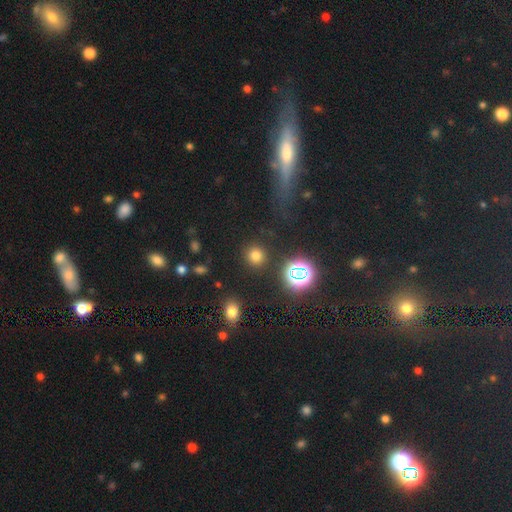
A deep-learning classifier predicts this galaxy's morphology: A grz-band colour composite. It shows a smooth galaxy with no disk features (73%) that is round (91%). Merging: none (88%).